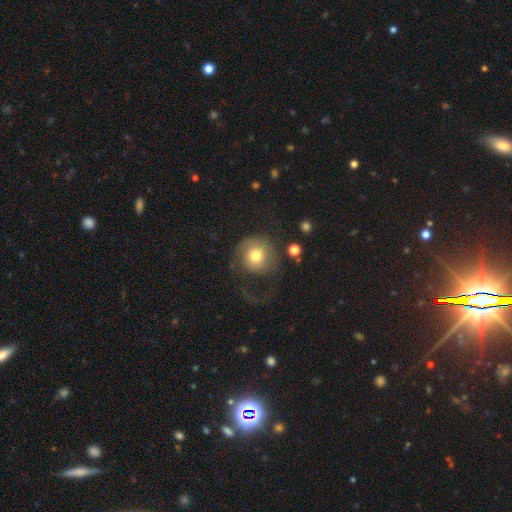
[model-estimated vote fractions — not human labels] Smooth or featured? smooth (68%)
How rounded? round (88%)
Merging? major disturbance (42%)